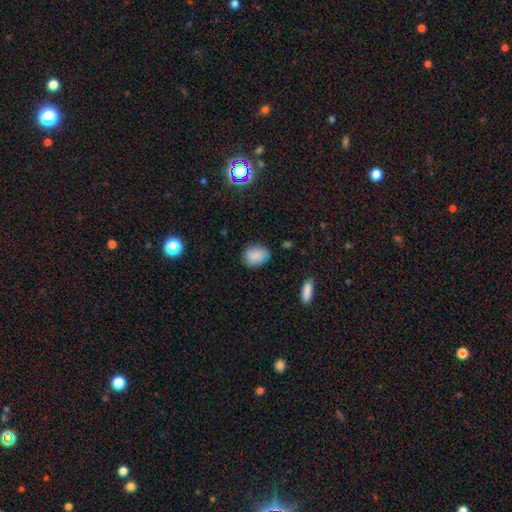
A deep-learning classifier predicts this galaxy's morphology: smooth-or-featured: smooth: 85% | star or artifact: 9% | featured or disk: 6%
  how-rounded: in between: 67% | round: 31% | cigar-shaped: 1%
  merging: none: 79% | minor disturbance: 16% | major disturbance: 3% | merger: 2%